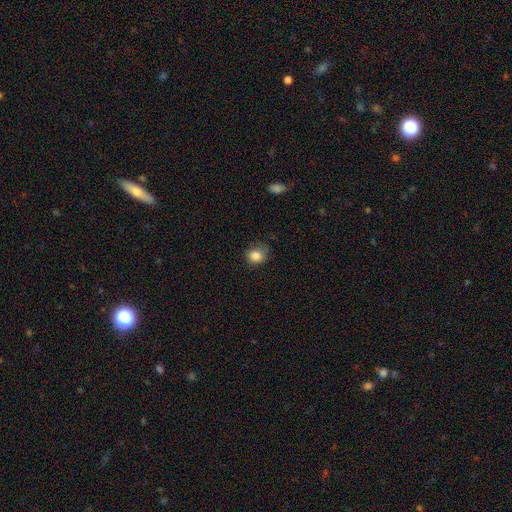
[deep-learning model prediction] Smooth or featured? smooth (85%)
How rounded? round (68%)
Merging? none (58%)